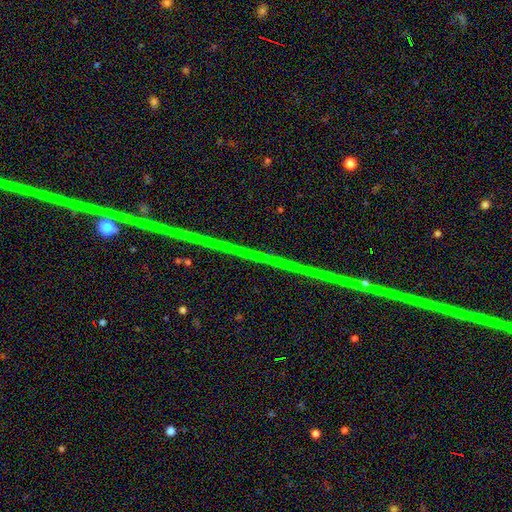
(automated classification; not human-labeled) Morphology: type=star or artifact (80%).